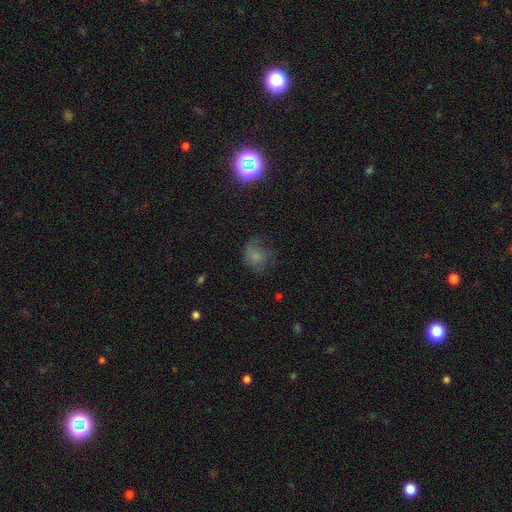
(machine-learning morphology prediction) This appears to be a smooth galaxy with no disk features (58%) that is round (66%). Merging: none (46%).